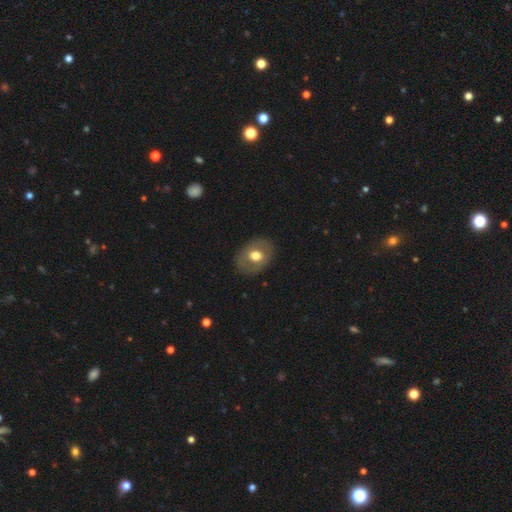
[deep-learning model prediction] Morphology: type=smooth (58%); roundness=in between (62%); merging=none (83%).